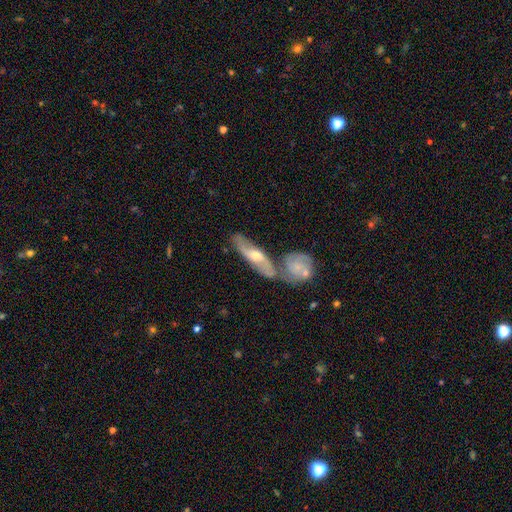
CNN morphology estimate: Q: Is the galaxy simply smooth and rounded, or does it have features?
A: featured or disk — 69%.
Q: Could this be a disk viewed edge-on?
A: no — 56%.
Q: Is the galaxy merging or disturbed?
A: none — 53%.